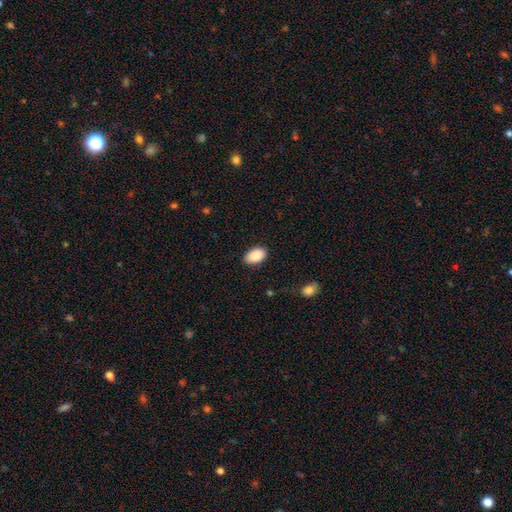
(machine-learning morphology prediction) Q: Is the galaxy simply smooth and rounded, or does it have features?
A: smooth — 90%.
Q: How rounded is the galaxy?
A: in between — 92%.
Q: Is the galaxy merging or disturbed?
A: none — 85%.